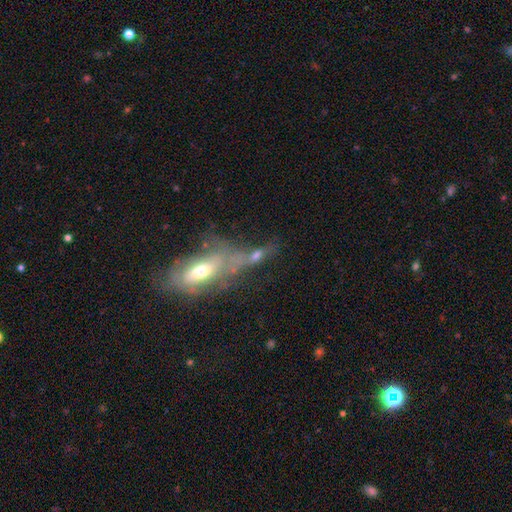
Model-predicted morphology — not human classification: Q: Smooth or featured?
A: featured or disk (56%); runner-up: smooth (30%)
Q: Edge-on disk?
A: no (63%); runner-up: yes (37%)
Q: Merging?
A: none (33%); runner-up: merger (26%)